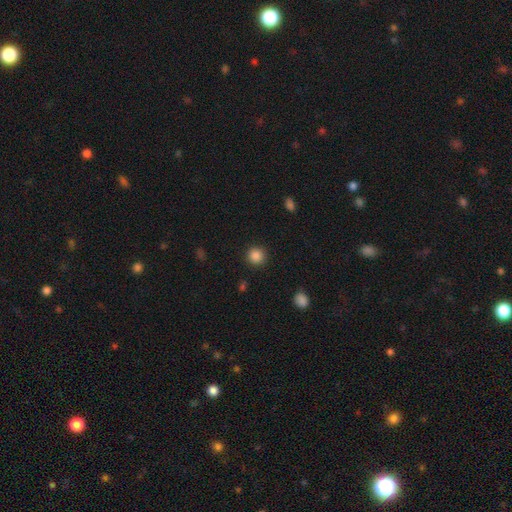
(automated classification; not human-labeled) The model was most divided on "smooth or featured": smooth: 86%, star or artifact: 11%, featured or disk: 3%. More confident: how rounded — round (94%); merging — none (91%).